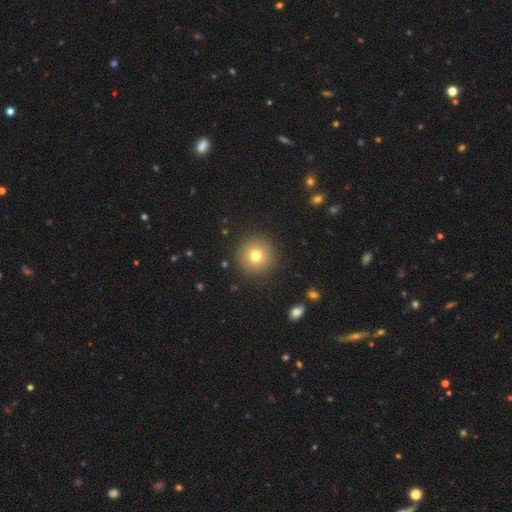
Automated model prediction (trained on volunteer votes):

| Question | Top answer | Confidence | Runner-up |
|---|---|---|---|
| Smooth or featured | smooth | 75% | star or artifact (13%) |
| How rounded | round | 96% | in between (3%) |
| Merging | none | 91% | minor disturbance (5%) |